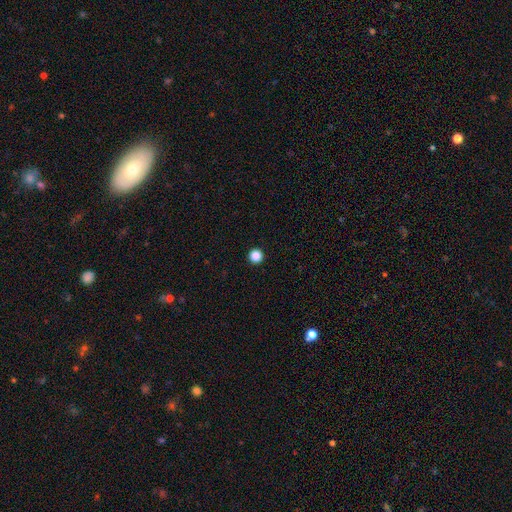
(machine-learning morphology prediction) smooth-or-featured: smooth: 87% | star or artifact: 11% | featured or disk: 2%
  how-rounded: round: 97% | in between: 2% | cigar-shaped: 1%
  merging: none: 94% | minor disturbance: 3% | major disturbance: 1% | merger: 1%